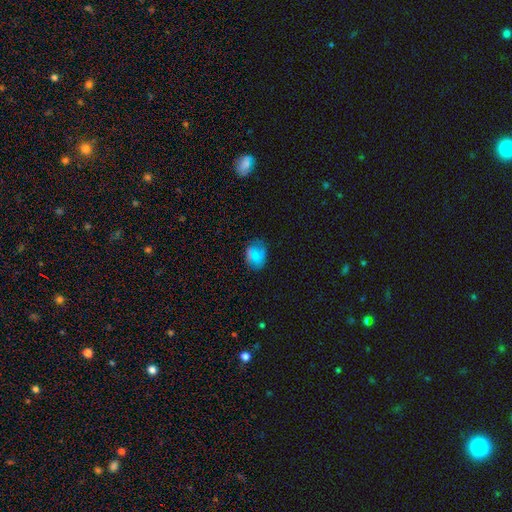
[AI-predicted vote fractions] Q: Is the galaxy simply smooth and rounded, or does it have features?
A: smooth — 60%.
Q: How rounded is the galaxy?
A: in between — 66%.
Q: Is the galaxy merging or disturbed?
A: none — 69%.